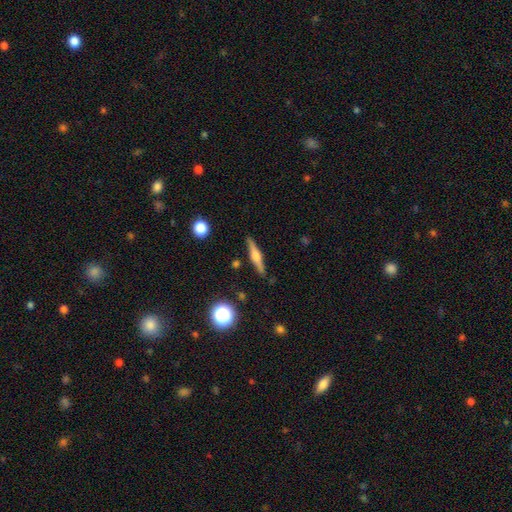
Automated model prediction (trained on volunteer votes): Smooth or featured: featured or disk — 66% (smooth — 27%)
Edge-on disk: yes — 97% (no — 3%)
Edge-on bulge: rounded — 83% (boxy — 13%)
Merging: none — 89% (minor disturbance — 8%)